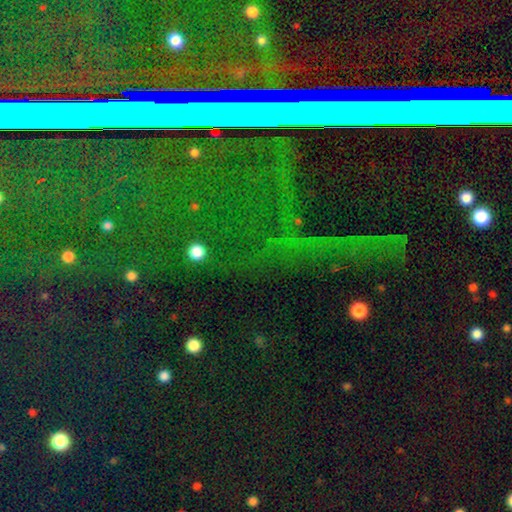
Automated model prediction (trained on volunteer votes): The model was most divided on "smooth or featured": star or artifact: 80%, featured or disk: 11%, smooth: 9%.